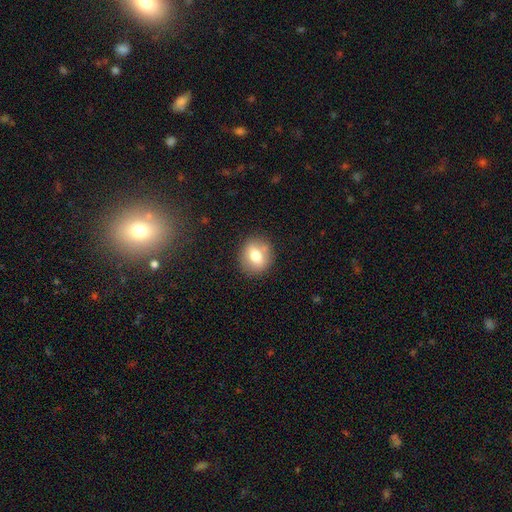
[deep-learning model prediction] Smooth or featured: smooth — 67% (featured or disk — 24%)
How rounded: round — 72% (in between — 27%)
Merging: none — 83% (minor disturbance — 11%)